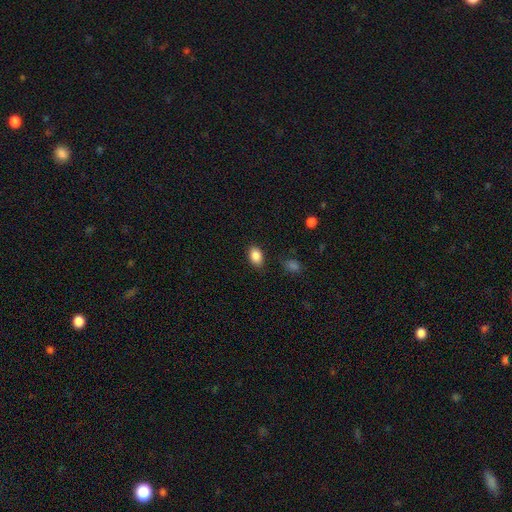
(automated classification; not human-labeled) Q: Smooth or featured?
A: smooth (87%); runner-up: star or artifact (8%)
Q: How rounded?
A: in between (82%); runner-up: round (17%)
Q: Merging?
A: none (83%); runner-up: minor disturbance (13%)